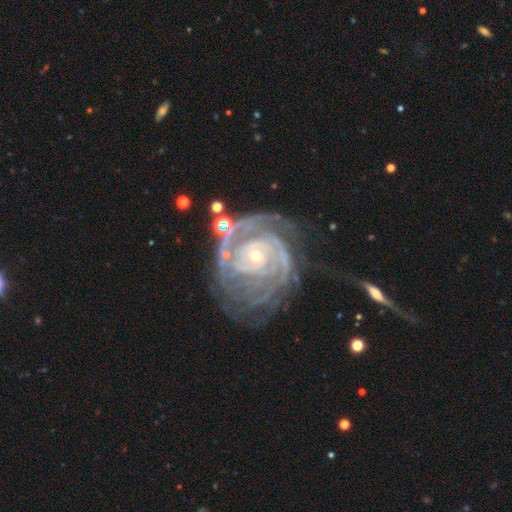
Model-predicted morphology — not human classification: Smooth or featured? featured or disk (90%)
Edge-on disk? no (97%)
Bar? no (68%)
Spiral arms? yes (97%)
Spiral winding? tight (79%)
Spiral arm count? can't tell (25%)
Bulge size? small (79%)
Merging? none (52%)